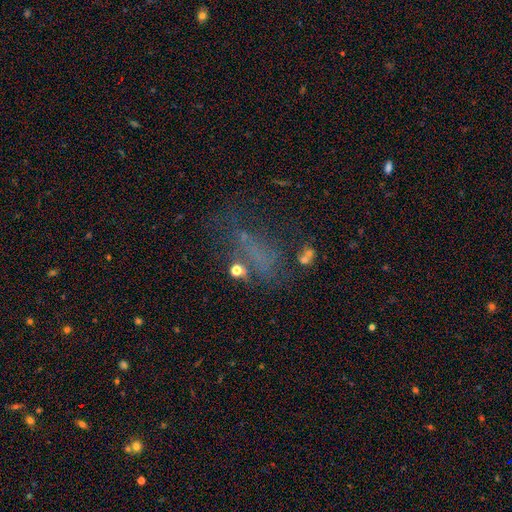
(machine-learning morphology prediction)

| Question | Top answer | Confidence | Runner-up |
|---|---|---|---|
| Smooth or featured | smooth | 37% | star or artifact (34%) |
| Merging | none | 40% | major disturbance (32%) |